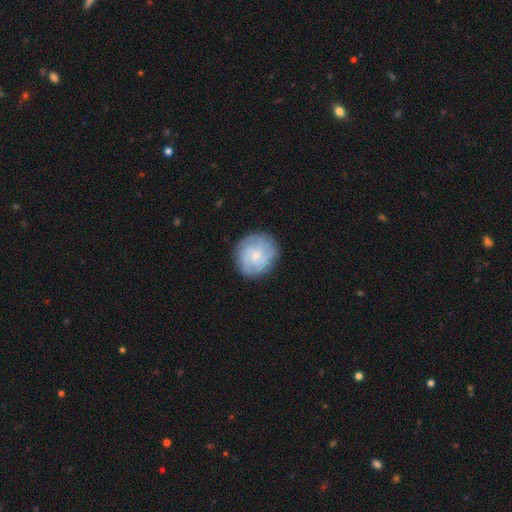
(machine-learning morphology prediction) This appears to be a featured or disk galaxy (65%) with no bar (68%), tight (61%) spiral arms (91%) and a small central bulge (63%). Merging: none (83%).